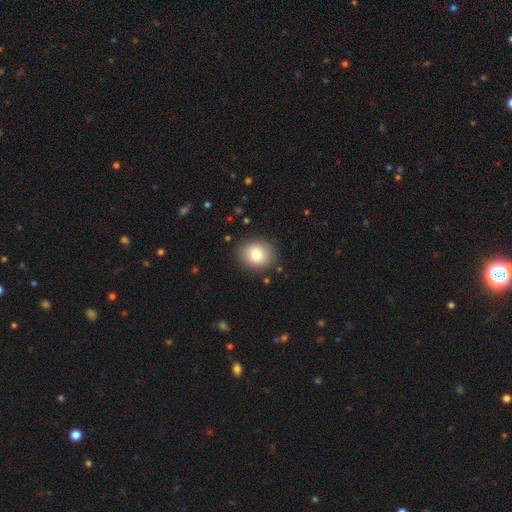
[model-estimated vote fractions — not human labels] A smooth galaxy with no disk features (80%) that is round (68%).

Vote fractions:
- Smooth or featured? smooth: 80% / featured or disk: 10% / star or artifact: 9%
- How rounded? round: 68% / in between: 31% / cigar-shaped: 1%
- Merging? none: 88% / minor disturbance: 9% / major disturbance: 2% / merger: 1%